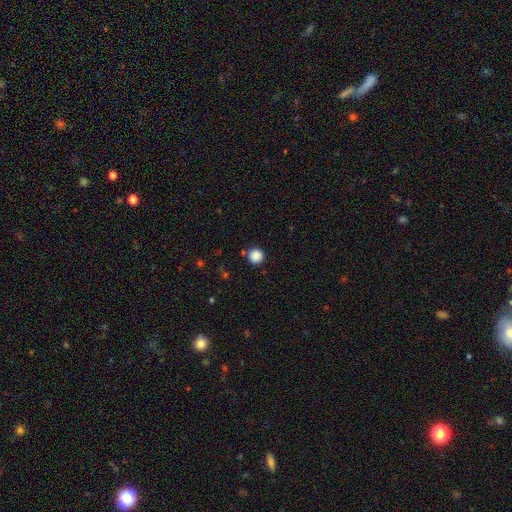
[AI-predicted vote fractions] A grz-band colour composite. It shows a smooth galaxy with no disk features (87%) that is round (94%). Merging: none (84%).